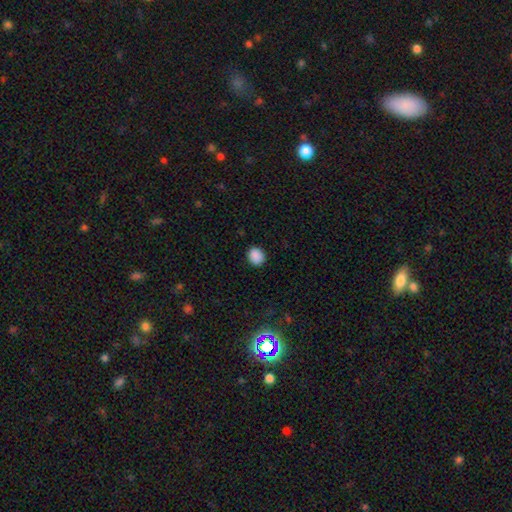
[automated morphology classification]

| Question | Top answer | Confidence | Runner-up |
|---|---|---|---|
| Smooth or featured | smooth | 88% | star or artifact (9%) |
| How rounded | round | 70% | in between (29%) |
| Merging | none | 89% | minor disturbance (8%) |